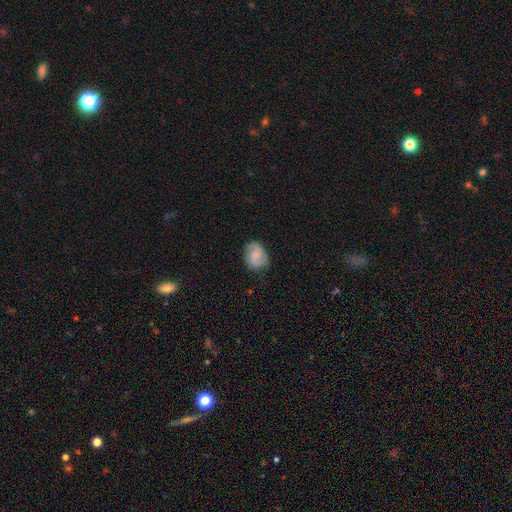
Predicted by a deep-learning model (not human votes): Smooth or featured? Predicted: featured or disk (p=0.63). Edge-on disk? Predicted: no (p=0.98). Bar? Predicted: weak (p=0.46). Spiral arms? Predicted: yes (p=0.93). Spiral winding? Predicted: medium (p=0.48). Spiral arm count? Predicted: 2 (p=0.89). Bulge size? Predicted: none (p=0.48). Merging? Predicted: none (p=0.77).